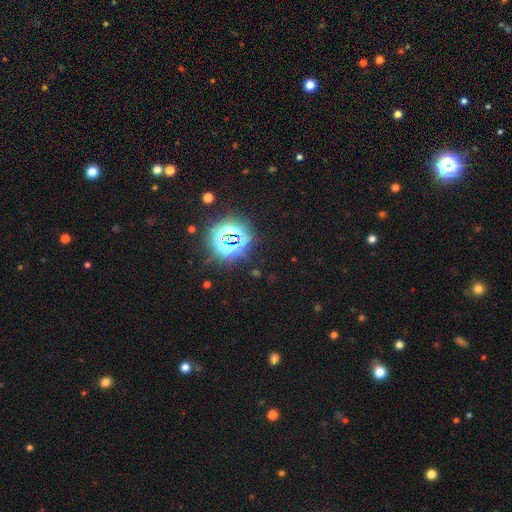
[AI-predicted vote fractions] Smooth or featured?
  - star or artifact: 81% *
  - smooth: 12%
  - featured or disk: 7%